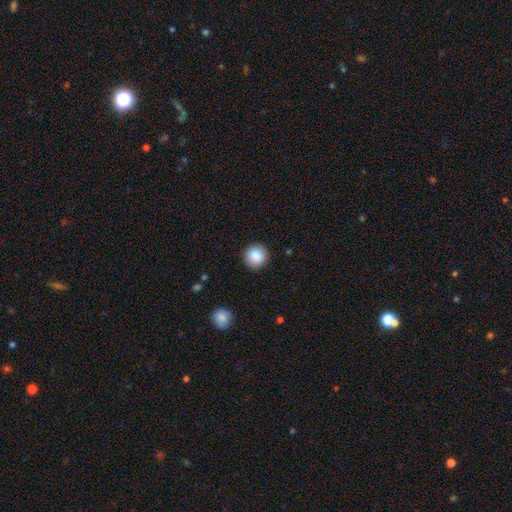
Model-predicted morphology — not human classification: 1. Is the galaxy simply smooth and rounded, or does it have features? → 87% smooth, 8% star or artifact, 5% featured or disk.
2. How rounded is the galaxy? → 93% round, 6% in between, 1% cigar-shaped.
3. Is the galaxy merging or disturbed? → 91% none, 6% minor disturbance, 2% major disturbance, 1% merger.